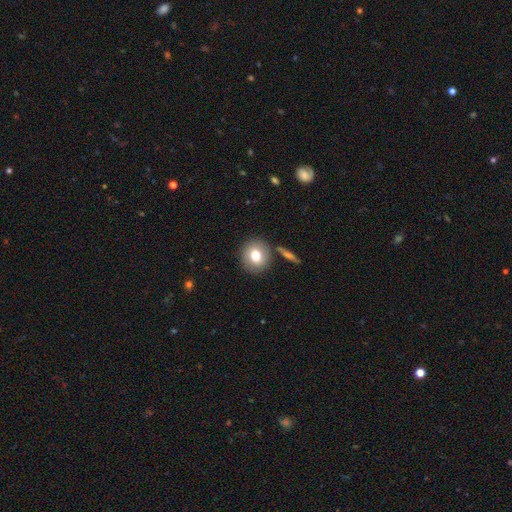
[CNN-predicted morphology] Smooth or featured? smooth (75%)
How rounded? round (82%)
Merging? none (82%)